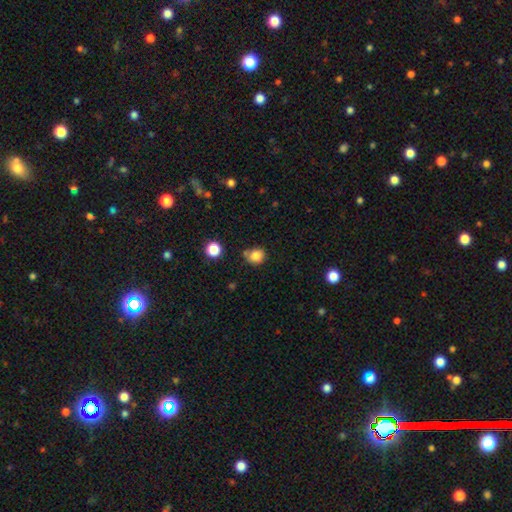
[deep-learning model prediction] Smooth or featured? smooth (82%)
How rounded? round (75%)
Merging? none (65%)